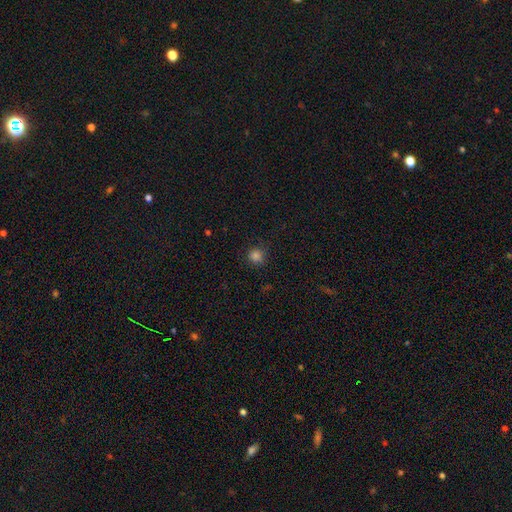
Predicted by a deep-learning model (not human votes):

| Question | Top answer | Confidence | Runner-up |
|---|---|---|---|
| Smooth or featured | smooth | 82% | star or artifact (15%) |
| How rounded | round | 92% | in between (7%) |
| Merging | none | 86% | minor disturbance (10%) |